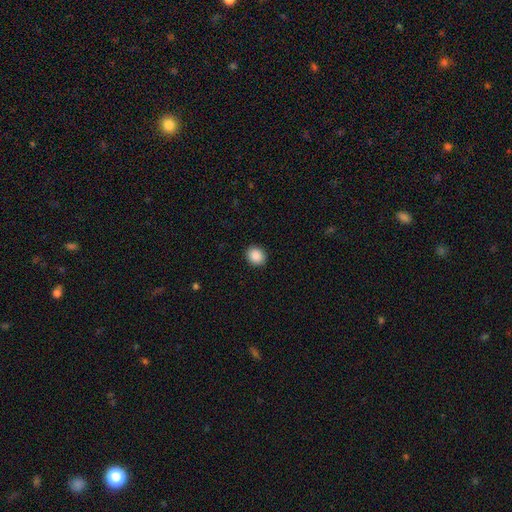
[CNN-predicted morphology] smooth_or_featured: smooth (p=0.89) [alt: star or artifact p=0.08]
how_rounded: round (p=0.65) [alt: in between p=0.34]
merging: none (p=0.91) [alt: minor disturbance p=0.06]